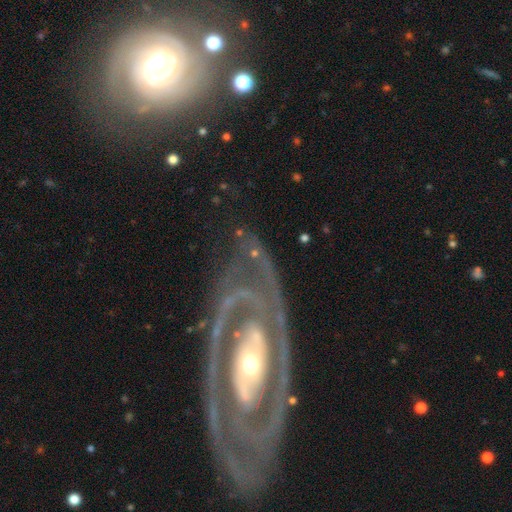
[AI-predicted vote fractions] A featured or disk galaxy (85%) with no bar (48%), 2 (61%) tight (54%) spiral arms (86%) and a moderate central bulge (54%).

Vote fractions:
- Smooth or featured? featured or disk: 85% / smooth: 8% / star or artifact: 7%
- Edge-on disk? no: 94% / yes: 6%
- Bar? no: 48% / strong: 29% / weak: 24%
- Spiral arms? yes: 86% / no: 14%
- Spiral winding? tight: 54% / medium: 34% / loose: 12%
- Spiral arm count? 2: 61% / can't tell: 14% / 3: 9% / 1: 7% / 4: 5% / more than 4: 5%
- Bulge size? moderate: 54% / small: 37% / large: 6% / dominant: 2% / none: 2%
- Merging? none: 65% / minor disturbance: 17% / major disturbance: 15% / merger: 4%